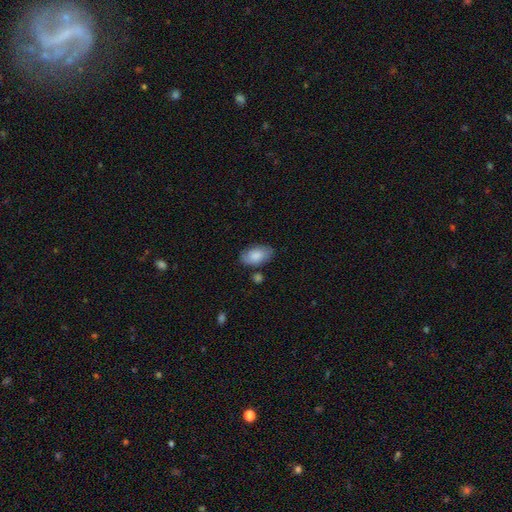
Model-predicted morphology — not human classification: This appears to be a smooth galaxy with no disk features (83%) that is in between round and cigar-shaped (94%). Merging: none (78%).